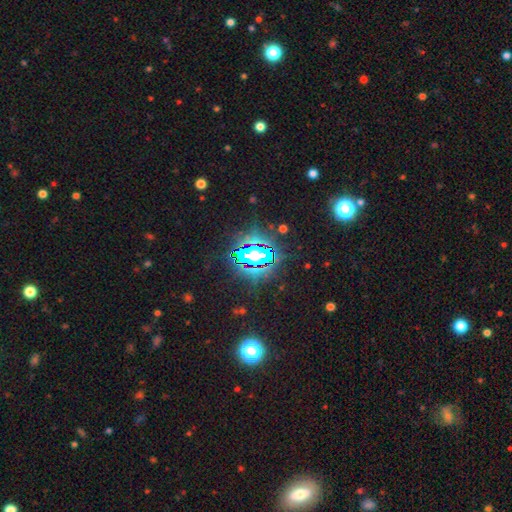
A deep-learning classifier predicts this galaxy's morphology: This appears to be a star or artifact, not a galaxy (71%).